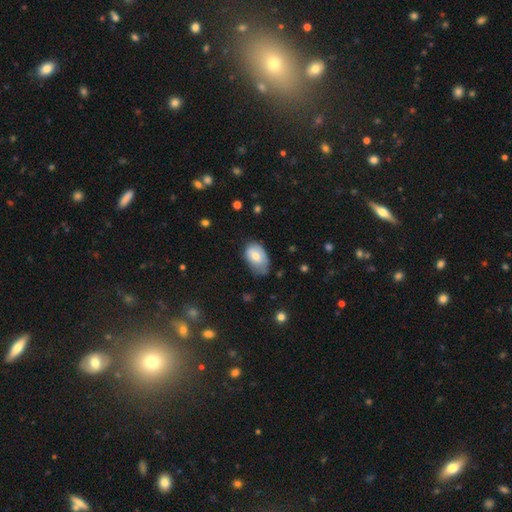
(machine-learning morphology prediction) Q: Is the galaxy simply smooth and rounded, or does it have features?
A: smooth — 70%.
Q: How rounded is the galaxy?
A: in between — 90%.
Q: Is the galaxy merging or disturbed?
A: none — 48%.